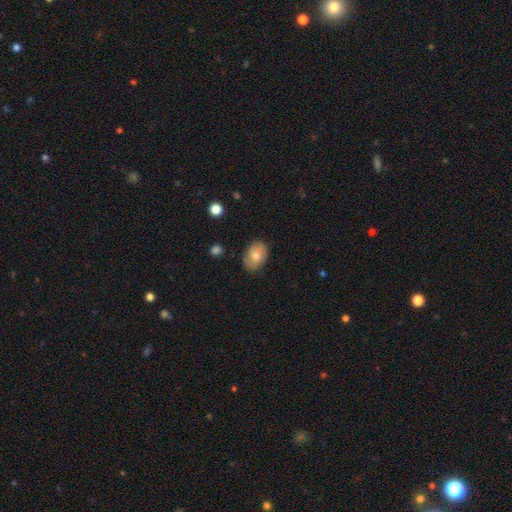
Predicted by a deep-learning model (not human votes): The model was most divided on "smooth or featured": smooth: 70%, featured or disk: 22%, star or artifact: 8%. More confident: merging — none (83%); how rounded — in between (77%).